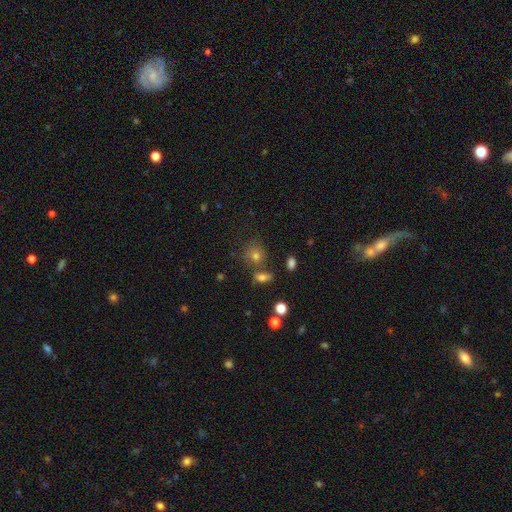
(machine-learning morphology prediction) Smooth or featured? Predicted: smooth (p=0.73). How rounded? Predicted: round (p=0.74). Merging? Predicted: none (p=0.66).